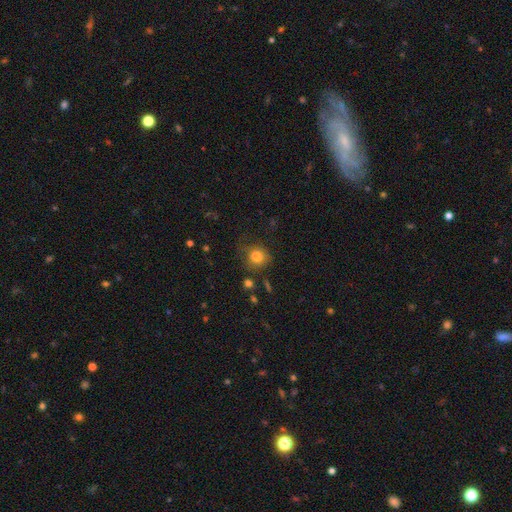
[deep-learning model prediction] smooth 80%, star or artifact 12%, featured or disk 8%. Down the decision tree: how rounded — round (83%); merging — none (72%).